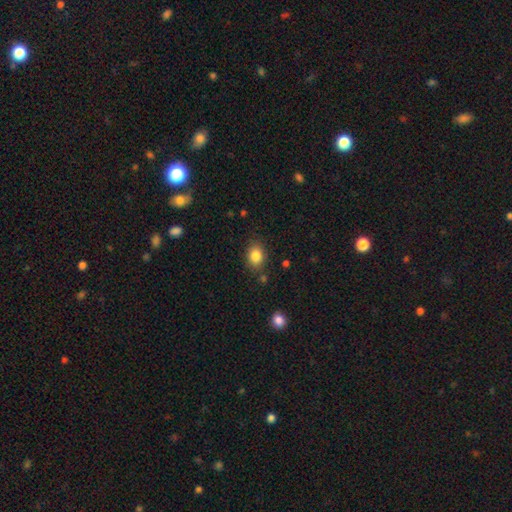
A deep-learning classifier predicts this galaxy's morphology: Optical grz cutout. It shows a smooth galaxy with no disk features (85%) that is in between round and cigar-shaped (62%). Merging: none (82%).